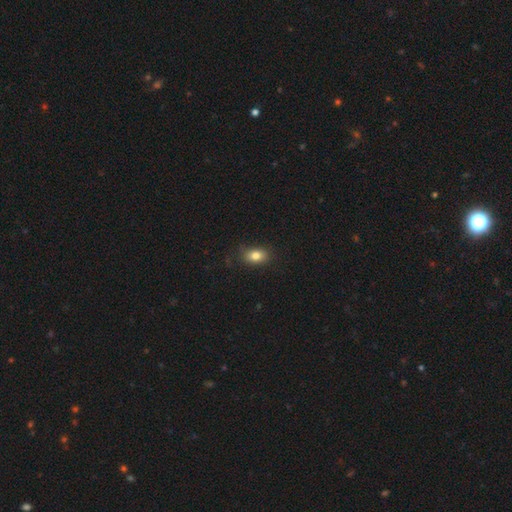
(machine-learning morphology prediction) Smooth or featured? Predicted: smooth (p=0.82). How rounded? Predicted: in between (p=0.83). Merging? Predicted: none (p=0.79).